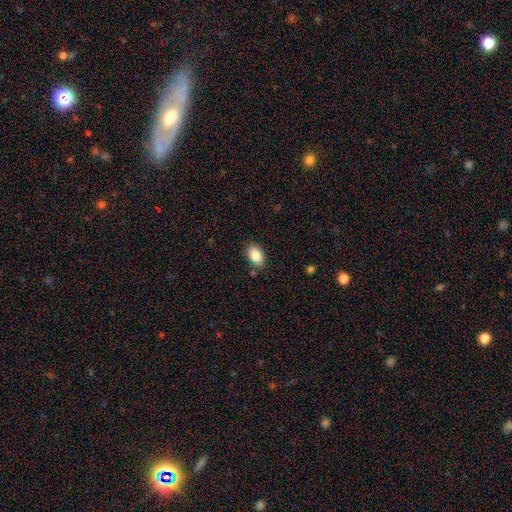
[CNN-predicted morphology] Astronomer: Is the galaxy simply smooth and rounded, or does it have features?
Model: smooth — 84%.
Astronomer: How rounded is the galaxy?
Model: in between — 84%.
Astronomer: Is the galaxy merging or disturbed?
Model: none — 78%.